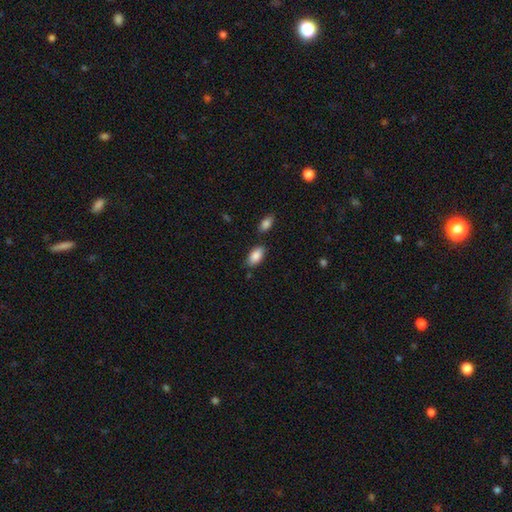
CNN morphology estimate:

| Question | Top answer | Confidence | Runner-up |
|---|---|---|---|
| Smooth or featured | smooth | 87% | star or artifact (7%) |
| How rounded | in between | 93% | cigar-shaped (4%) |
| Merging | none | 77% | minor disturbance (14%) |